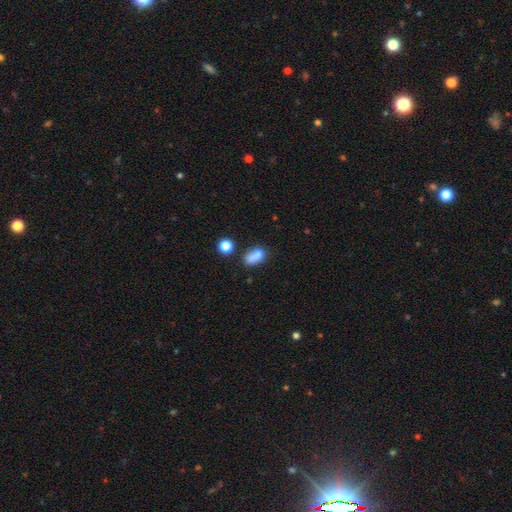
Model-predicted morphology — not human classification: This is likely a smooth galaxy (73%). How rounded: likely in between (70%). Merging: marginally none (38%).